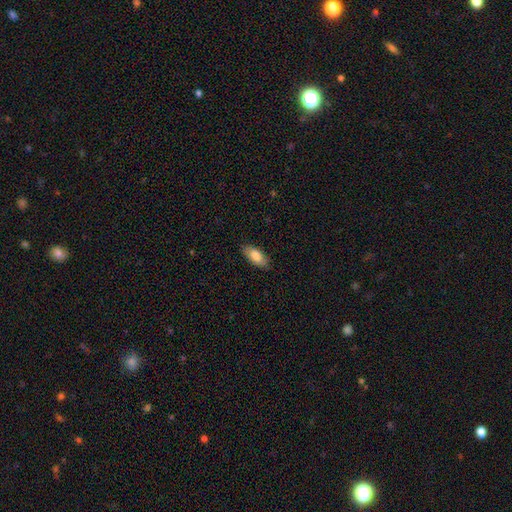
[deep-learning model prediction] smooth-or-featured: smooth: 82% | featured or disk: 12% | star or artifact: 6%
  how-rounded: in between: 87% | cigar-shaped: 11% | round: 2%
  merging: none: 86% | minor disturbance: 11% | major disturbance: 2% | merger: 1%